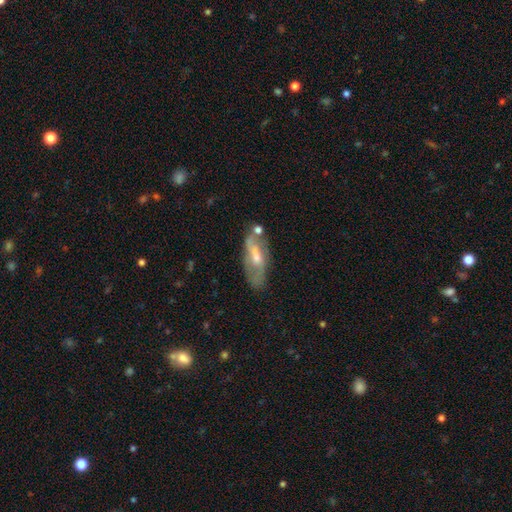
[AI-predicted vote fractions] Smooth or featured? featured or disk (57%)
Edge-on disk? no (81%)
Merging? none (54%)